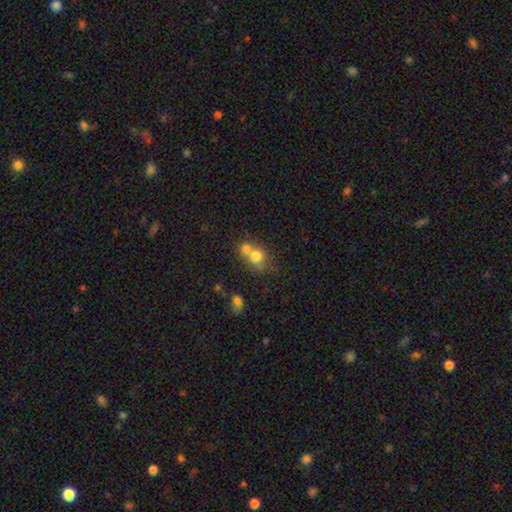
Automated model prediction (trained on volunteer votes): Smooth or featured?
  - smooth: 74% *
  - featured or disk: 15%
  - star or artifact: 11%
How rounded?
  - round: 74% *
  - in between: 25%
  - cigar-shaped: 1%
Merging?
  - merger: 55% *
  - none: 34%
  - minor disturbance: 8%
  - major disturbance: 3%